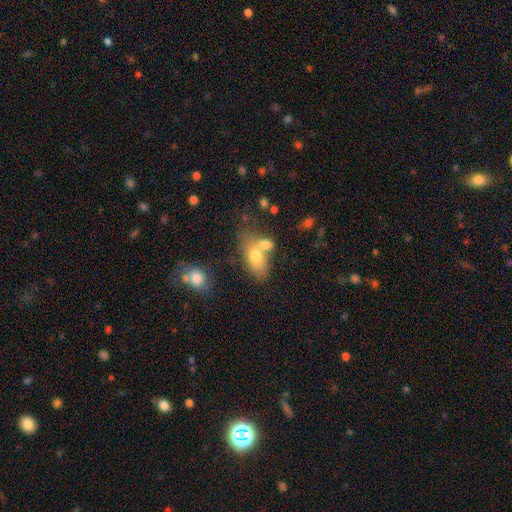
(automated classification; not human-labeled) Morphology: type=smooth (70%); roundness=in between (85%); merging=merger (46%).